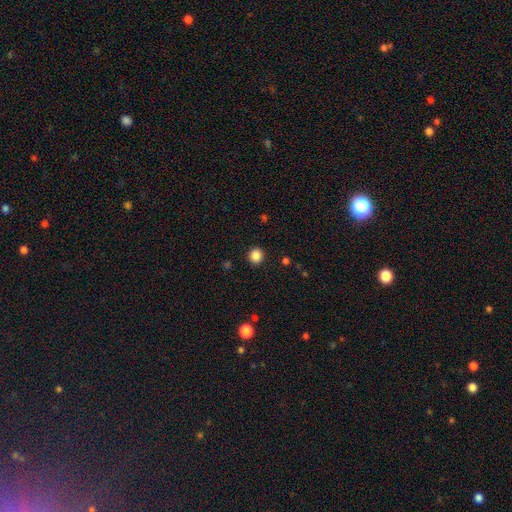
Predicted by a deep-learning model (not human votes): Q: Smooth or featured?
A: smooth (86%); runner-up: star or artifact (11%)
Q: How rounded?
A: round (93%); runner-up: in between (6%)
Q: Merging?
A: none (92%); runner-up: minor disturbance (5%)